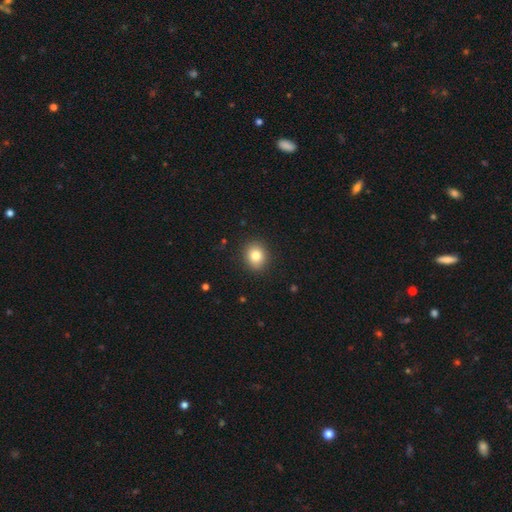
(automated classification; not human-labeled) This is clearly a smooth galaxy (82%). How rounded: likely round (65%). Merging: clearly none (89%).